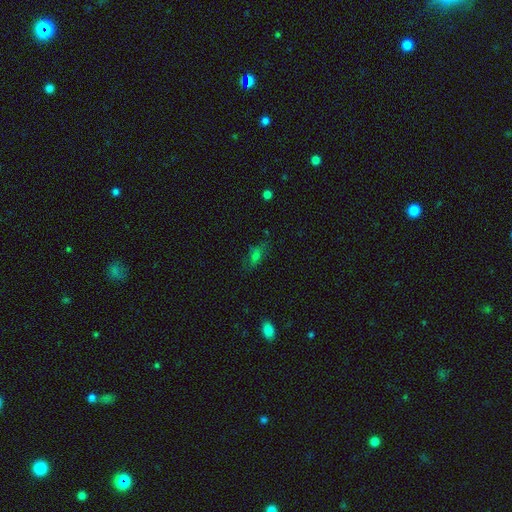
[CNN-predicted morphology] Smooth or featured?
  - smooth: 55% *
  - featured or disk: 24%
  - star or artifact: 21%
How rounded?
  - in between: 71% *
  - cigar-shaped: 20%
  - round: 9%
Merging?
  - none: 68% *
  - minor disturbance: 20%
  - major disturbance: 9%
  - merger: 3%